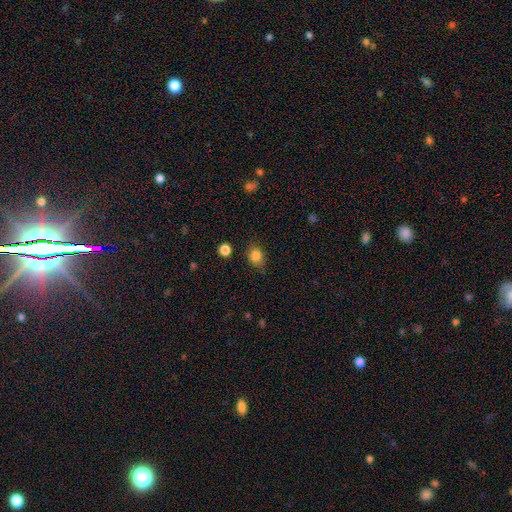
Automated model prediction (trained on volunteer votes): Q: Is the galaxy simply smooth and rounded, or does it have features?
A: smooth — 83%.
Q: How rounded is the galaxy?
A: round — 51%.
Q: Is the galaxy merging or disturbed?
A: none — 79%.